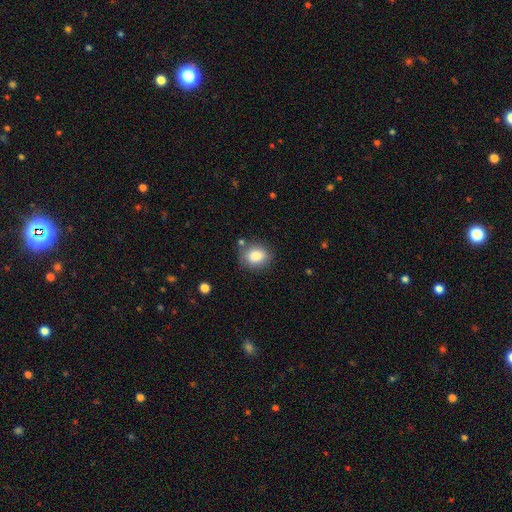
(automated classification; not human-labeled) The model was most divided on "how rounded": round: 58%, in between: 41%, cigar-shaped: 1%. More confident: smooth or featured — smooth (84%); merging — none (77%).